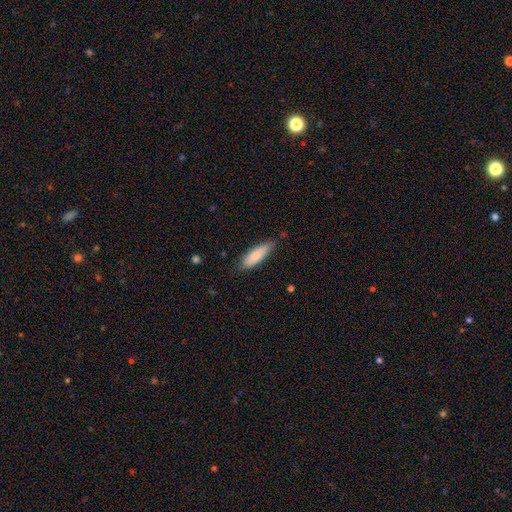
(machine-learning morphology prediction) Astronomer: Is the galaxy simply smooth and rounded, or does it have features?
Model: smooth — 83%.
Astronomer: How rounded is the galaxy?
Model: cigar-shaped — 51% (runner-up: in between, 48%).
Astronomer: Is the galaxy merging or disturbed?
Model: none — 75%.